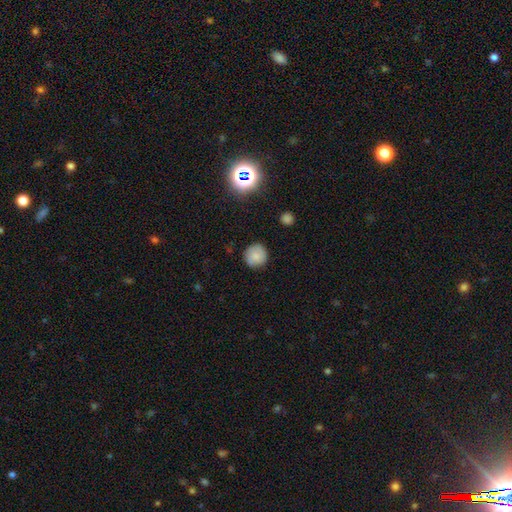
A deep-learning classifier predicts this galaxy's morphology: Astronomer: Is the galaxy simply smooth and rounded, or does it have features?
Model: smooth — 76%.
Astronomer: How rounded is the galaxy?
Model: round — 92%.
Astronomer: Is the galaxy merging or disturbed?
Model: none — 81%.